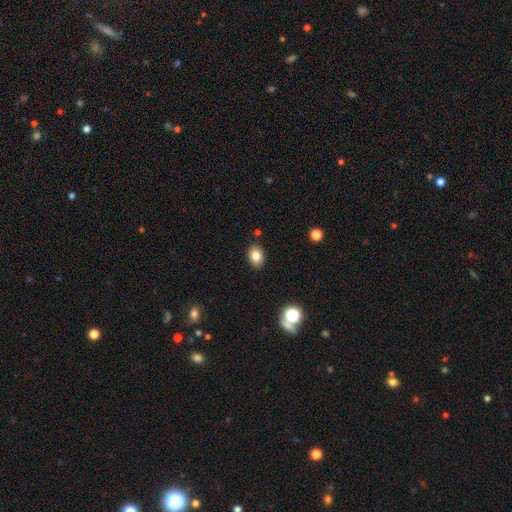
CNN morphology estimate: A smooth galaxy with no disk features (82%) that is in between round and cigar-shaped (69%).

Vote fractions:
- Smooth or featured? smooth: 82% / star or artifact: 10% / featured or disk: 8%
- How rounded? in between: 69% / round: 30% / cigar-shaped: 1%
- Merging? none: 88% / minor disturbance: 8% / major disturbance: 2% / merger: 2%